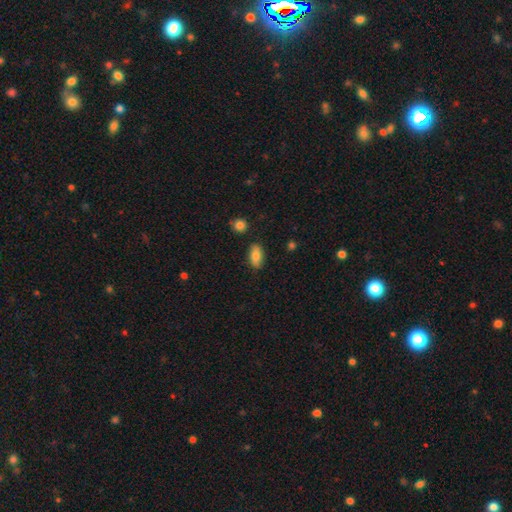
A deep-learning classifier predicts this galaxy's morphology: type=smooth (81%); roundness=in between (90%); merging=none (84%).